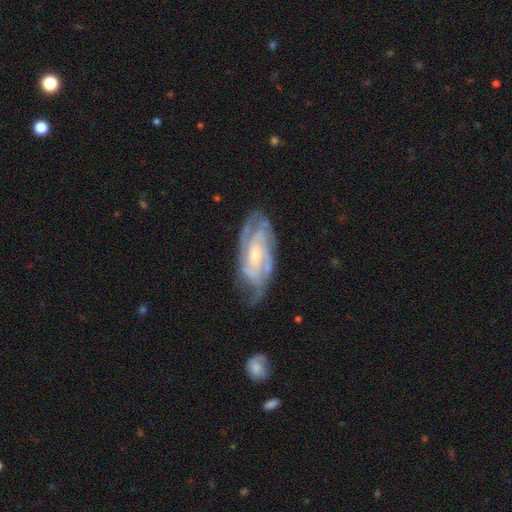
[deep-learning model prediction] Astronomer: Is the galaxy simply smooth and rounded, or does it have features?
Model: featured or disk — 86%.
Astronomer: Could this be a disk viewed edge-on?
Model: no — 94%.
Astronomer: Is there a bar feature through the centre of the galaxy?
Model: no — 56% (runner-up: weak, 35%).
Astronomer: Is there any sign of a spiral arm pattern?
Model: yes — 96%.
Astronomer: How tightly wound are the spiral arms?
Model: tight — 61%.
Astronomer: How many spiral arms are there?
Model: can't tell — 26%, tied with 3 and 2 at 26%.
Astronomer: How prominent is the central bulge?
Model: small — 59%.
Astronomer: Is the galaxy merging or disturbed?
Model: none — 68%.